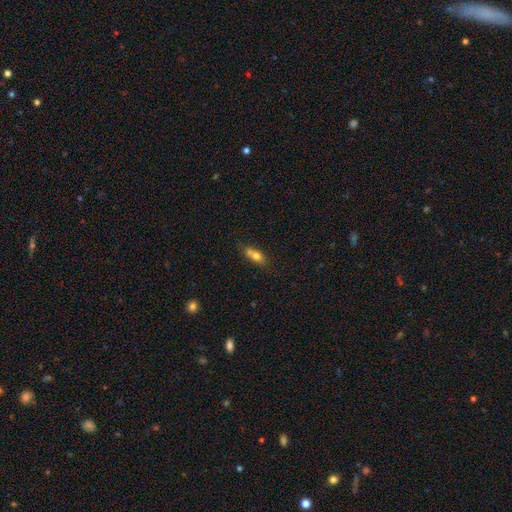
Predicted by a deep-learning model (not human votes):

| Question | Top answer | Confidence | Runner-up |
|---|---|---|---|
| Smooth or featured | smooth | 71% | featured or disk (19%) |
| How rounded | in between | 70% | round (17%) |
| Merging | merger | 44% | none (36%) |